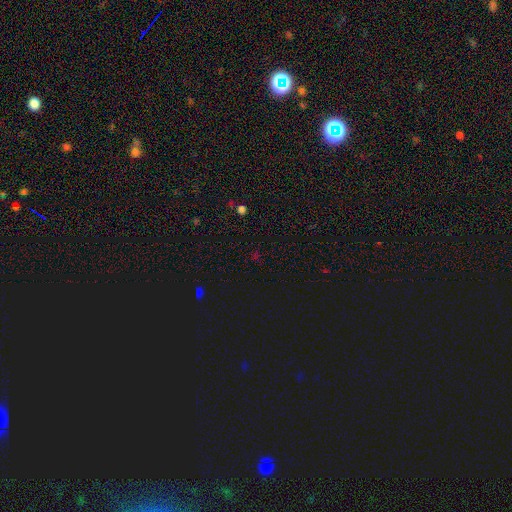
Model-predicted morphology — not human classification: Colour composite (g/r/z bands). It shows a star or artifact, not a galaxy (68%).